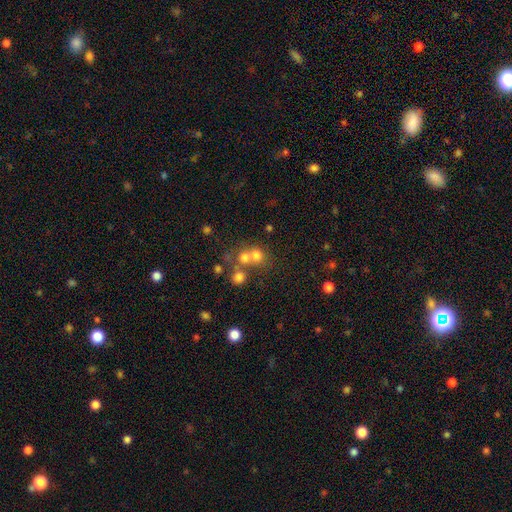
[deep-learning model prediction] smooth-or-featured: smooth: 68% | star or artifact: 18% | featured or disk: 14%
  how-rounded: round: 83% | in between: 16% | cigar-shaped: 1%
  merging: merger: 45% | none: 44% | minor disturbance: 7% | major disturbance: 4%